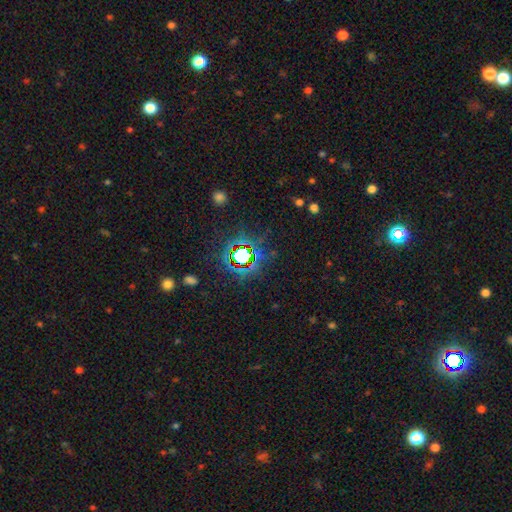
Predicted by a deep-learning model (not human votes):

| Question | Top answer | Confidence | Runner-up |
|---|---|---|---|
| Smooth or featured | star or artifact | 82% | smooth (11%) |